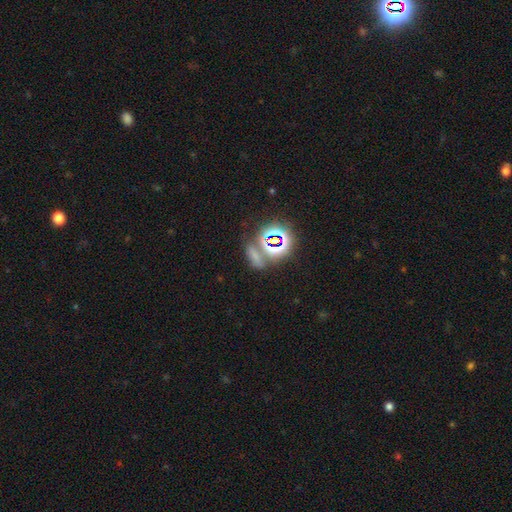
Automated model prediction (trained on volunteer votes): Smooth or featured: star or artifact — 47% (smooth — 43%)